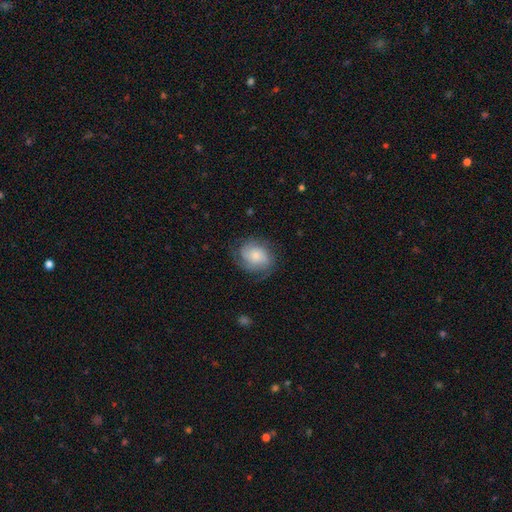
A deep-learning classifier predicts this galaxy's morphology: The model was most divided on "smooth or featured": smooth: 48%, featured or disk: 44%, star or artifact: 8%. More confident: merging — none (69%).